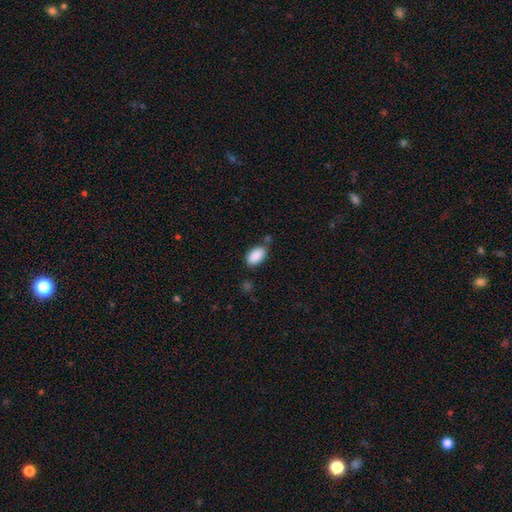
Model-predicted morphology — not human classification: This is clearly a smooth galaxy (90%). How rounded: clearly in between (94%). Merging: likely none (74%).